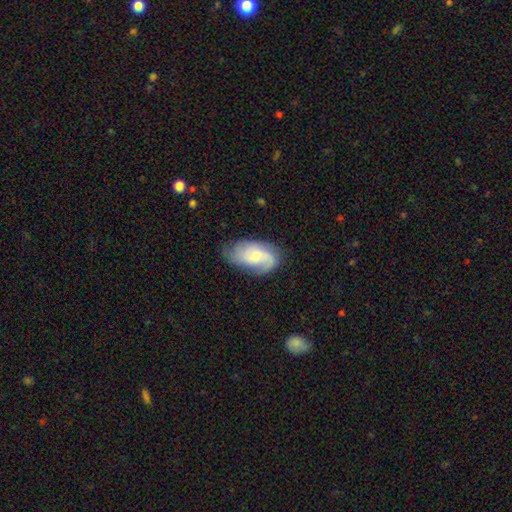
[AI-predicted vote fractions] This is possibly a featured or disk galaxy (59%). It is clearly not viewed edge-on (96%). Bar: possibly no (60%). Spiral arm pattern: clearly yes (90%). Spiral arm count: possibly 2 (47%). Spiral winding: marginally medium (43%). Central bulge: possibly moderate (46%). Merging: likely none (64%).